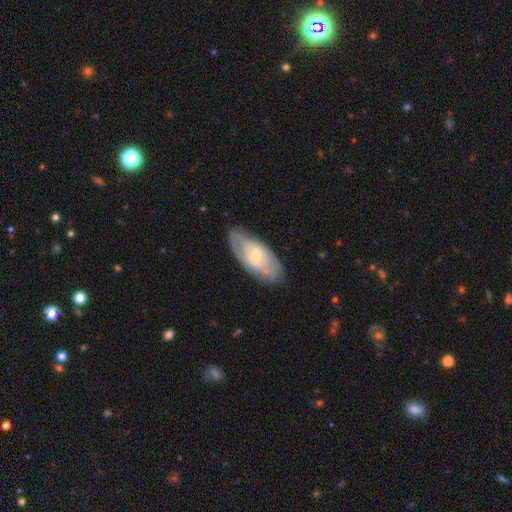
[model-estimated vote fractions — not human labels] smooth-or-featured: featured or disk: 63% | smooth: 32% | star or artifact: 6%
  disk-edge-on: no: 89% | yes: 11%
    bar: no: 50% | weak: 40% | strong: 10%
    has-spiral-arms: yes: 64% | no: 36%
    bulge-size: small: 56% | moderate: 38% | large: 3% | none: 2% | dominant: 1%
  merging: none: 72% | minor disturbance: 20% | major disturbance: 6% | merger: 2%